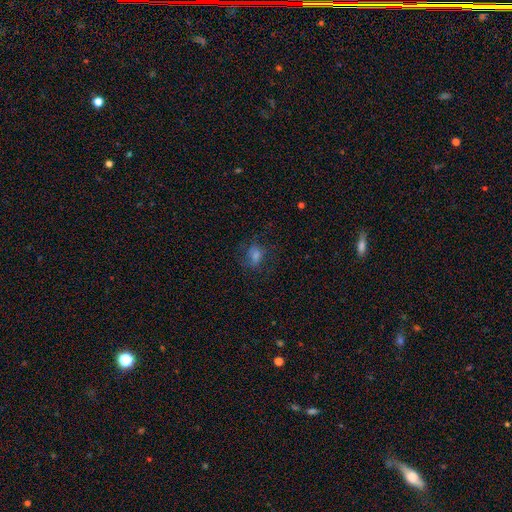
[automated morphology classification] smooth 57%, star or artifact 24%, featured or disk 20%. Down the decision tree: how rounded — in between (57%); merging — none (65%).